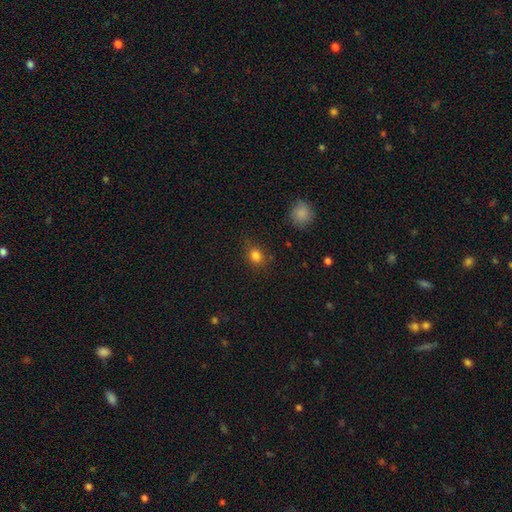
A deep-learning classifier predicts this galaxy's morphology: This is clearly a smooth galaxy (81%). How rounded: possibly round (56%). Merging: likely none (74%).